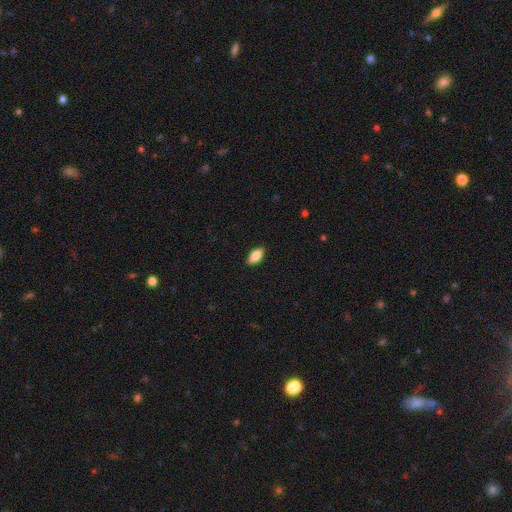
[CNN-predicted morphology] A smooth galaxy with no disk features (80%) that is in between round and cigar-shaped (88%).

Vote fractions:
- Smooth or featured? smooth: 80% / featured or disk: 14% / star or artifact: 7%
- How rounded? in between: 88% / cigar-shaped: 9% / round: 3%
- Merging? none: 90% / minor disturbance: 8% / major disturbance: 2% / merger: 1%